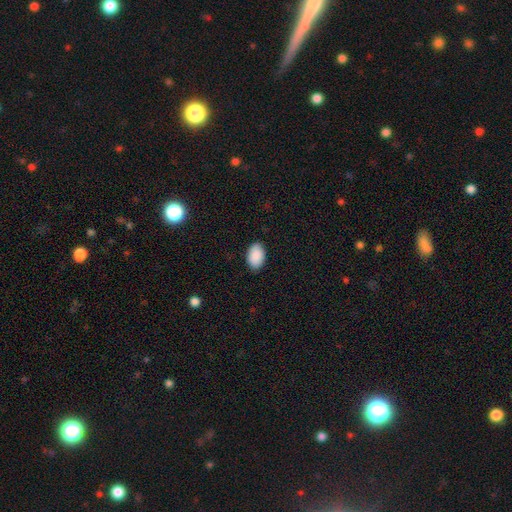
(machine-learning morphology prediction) Smooth or featured?
  - smooth: 91% *
  - star or artifact: 7%
  - featured or disk: 3%
How rounded?
  - in between: 91% *
  - round: 8%
  - cigar-shaped: 1%
Merging?
  - none: 88% *
  - minor disturbance: 9%
  - major disturbance: 2%
  - merger: 1%